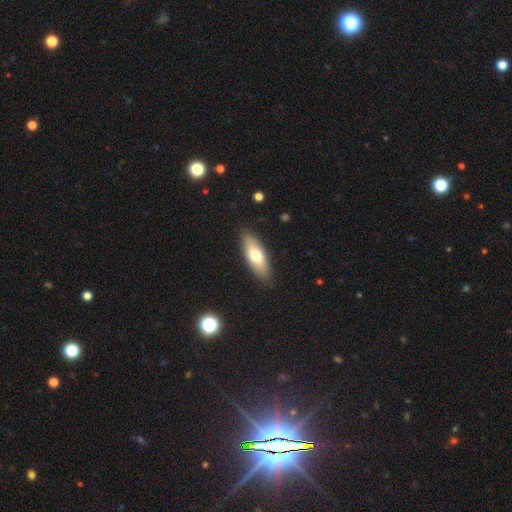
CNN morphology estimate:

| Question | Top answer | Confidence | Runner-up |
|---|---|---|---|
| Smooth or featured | smooth | 71% | featured or disk (23%) |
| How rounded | in between | 70% | cigar-shaped (28%) |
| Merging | none | 87% | minor disturbance (10%) |